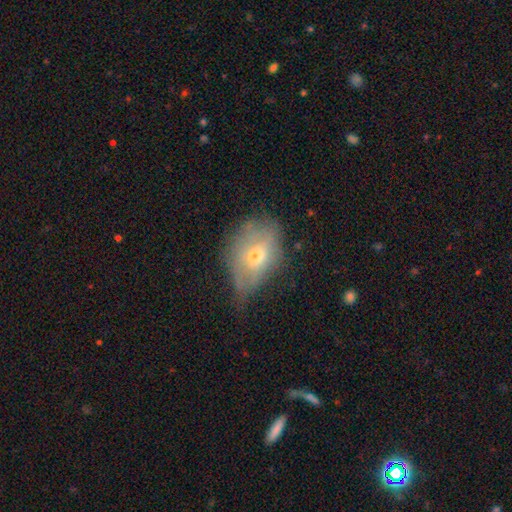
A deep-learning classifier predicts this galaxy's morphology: This is possibly a smooth galaxy (58%). How rounded: likely in between (73%). Merging: marginally minor disturbance (40%).